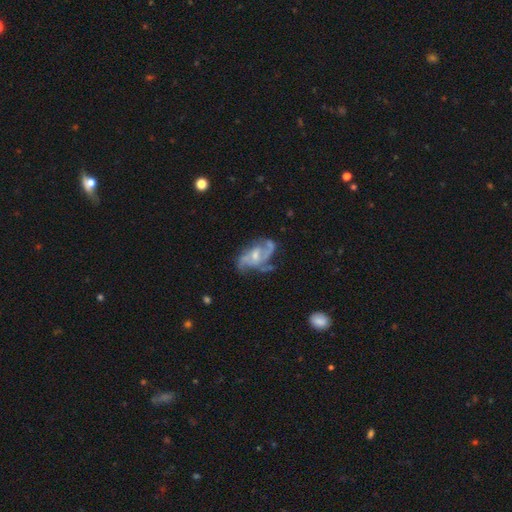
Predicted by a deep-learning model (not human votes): Smooth or featured?
  - featured or disk: 82% *
  - smooth: 11%
  - star or artifact: 7%
Edge-on disk?
  - no: 97% *
  - yes: 3%
Bar?
  - no: 49% *
  - weak: 40%
  - strong: 11%
Spiral arms?
  - yes: 89% *
  - no: 11%
Spiral winding?
  - medium: 48% *
  - loose: 31%
  - tight: 21%
Spiral arm count?
  - 2: 34% *
  - 3: 33%
  - can't tell: 17%
  - 4: 8%
  - 1: 5%
  - more than 4: 4%
Bulge size?
  - small: 44% *
  - moderate: 43%
  - none: 8%
  - large: 4%
  - dominant: 1%
Merging?
  - none: 48% *
  - major disturbance: 25%
  - minor disturbance: 22%
  - merger: 5%